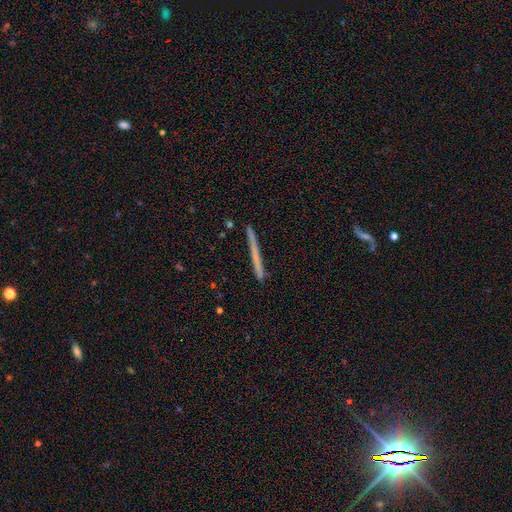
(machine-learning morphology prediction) This appears to be a smooth galaxy with no disk features (48%). Merging: none (89%).